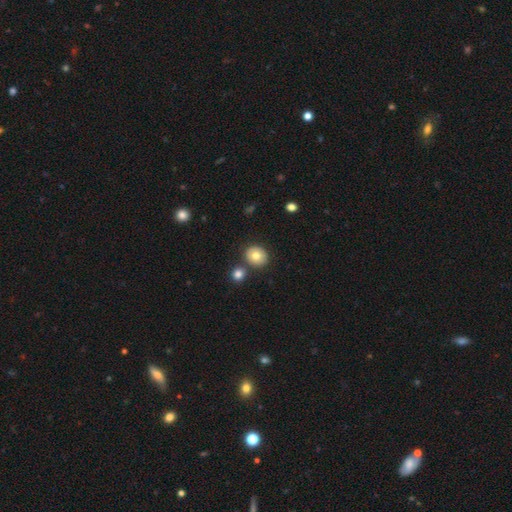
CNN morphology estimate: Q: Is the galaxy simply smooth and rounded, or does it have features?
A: smooth — 77%.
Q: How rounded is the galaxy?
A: round — 72%.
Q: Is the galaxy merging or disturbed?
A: none — 77%.